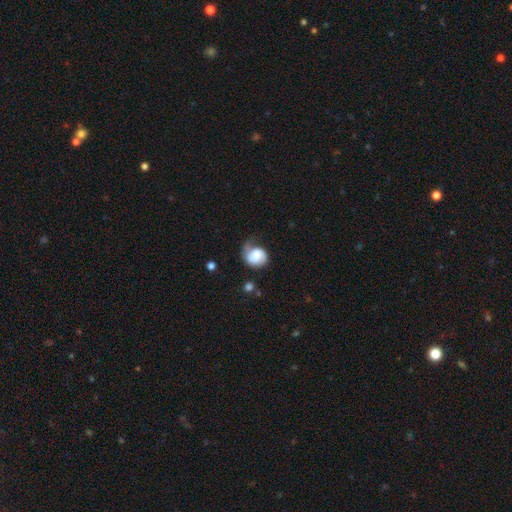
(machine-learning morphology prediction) Q: Smooth or featured?
A: smooth (50%); runner-up: featured or disk (42%)
Q: Merging?
A: minor disturbance (34%); runner-up: none (32%)